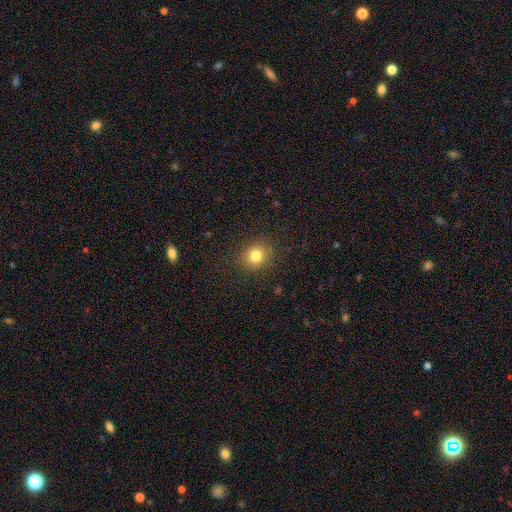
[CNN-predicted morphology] The model was most divided on "how rounded": round: 79%, in between: 20%, cigar-shaped: 1%. More confident: merging — none (88%); smooth or featured — smooth (82%).